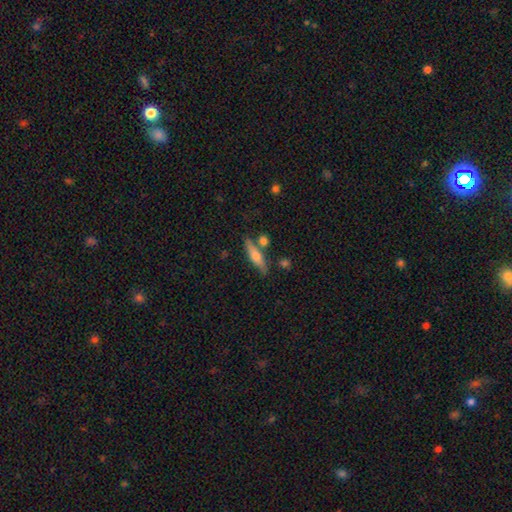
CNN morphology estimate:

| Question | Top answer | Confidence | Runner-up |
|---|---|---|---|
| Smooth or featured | smooth | 56% | featured or disk (38%) |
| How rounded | cigar-shaped | 68% | in between (29%) |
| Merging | none | 70% | minor disturbance (14%) |